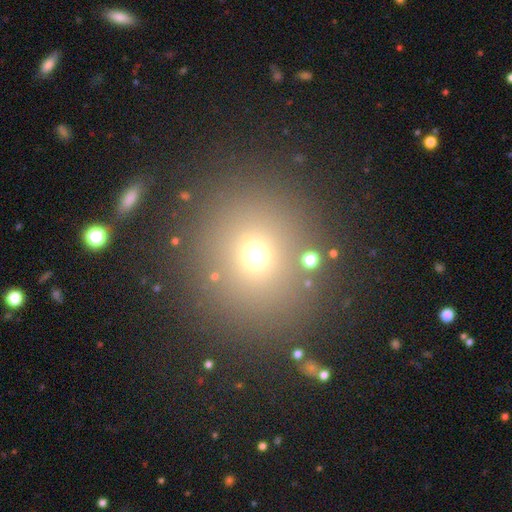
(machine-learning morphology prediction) type=smooth (64%); roundness=round (85%); merging=none (84%).